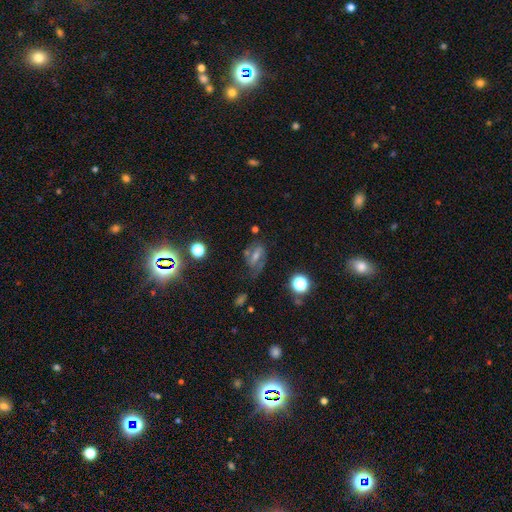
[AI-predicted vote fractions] Smooth or featured? Predicted: featured or disk (p=0.47). Merging? Predicted: none (p=0.61).